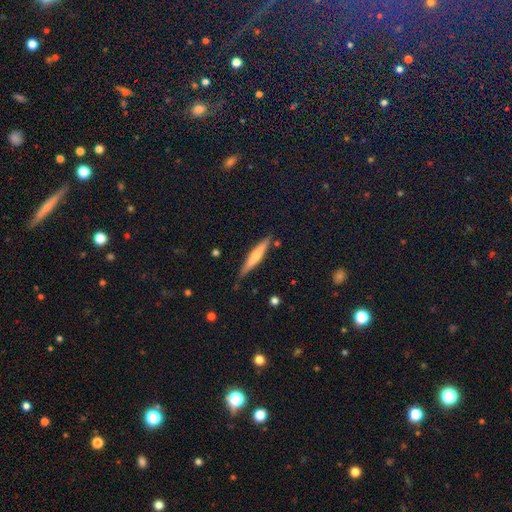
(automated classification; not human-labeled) Smooth or featured: smooth — 48% (featured or disk — 46%)
Merging: none — 85% (minor disturbance — 11%)